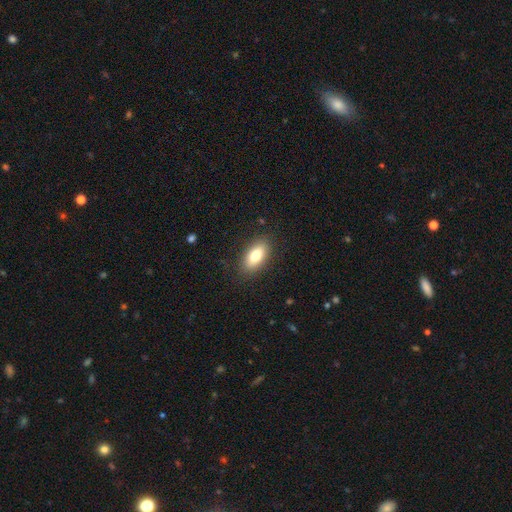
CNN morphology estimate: Overall: smooth (81%). How rounded: in between (88%). Merging: none (87%).